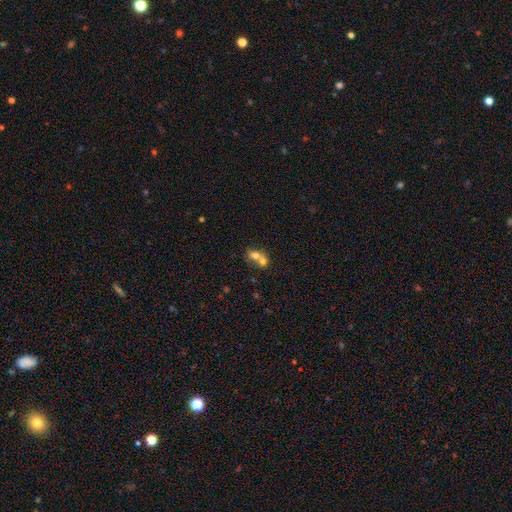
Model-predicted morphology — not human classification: A smooth galaxy with no disk features (69%) that is round (60%). Merging: merger (72%).